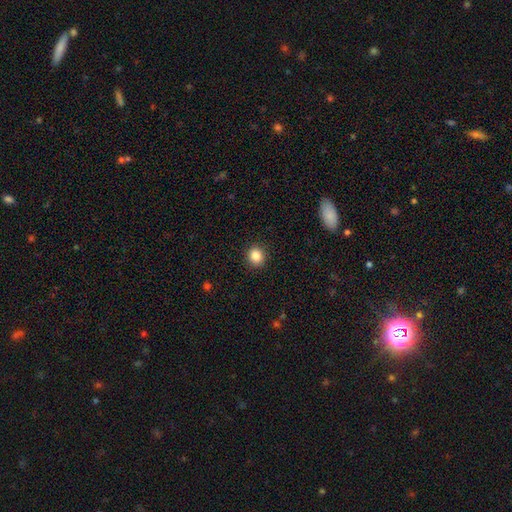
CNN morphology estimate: This appears to be a smooth galaxy with no disk features (85%) that is round (83%). Merging: none (91%).